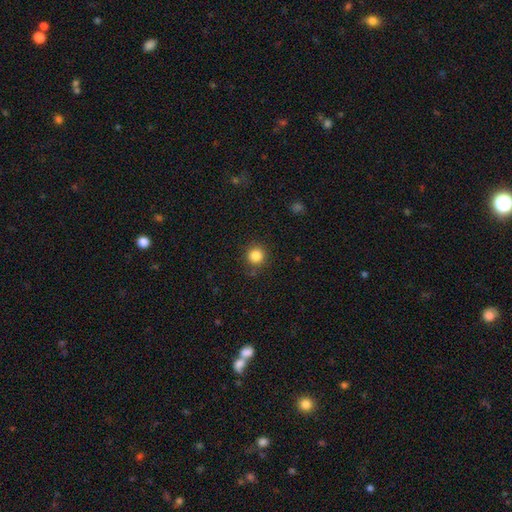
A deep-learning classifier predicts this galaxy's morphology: Q: Smooth or featured?
A: smooth (84%); runner-up: star or artifact (12%)
Q: How rounded?
A: round (94%); runner-up: in between (5%)
Q: Merging?
A: none (87%); runner-up: minor disturbance (9%)